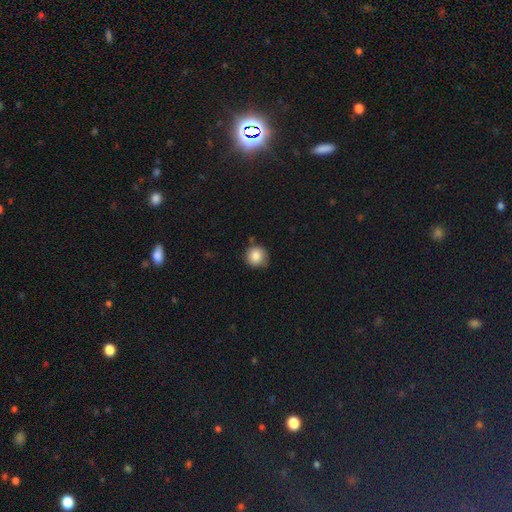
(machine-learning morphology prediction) Overall: smooth (86%). How rounded: round (93%). Merging: none (74%).